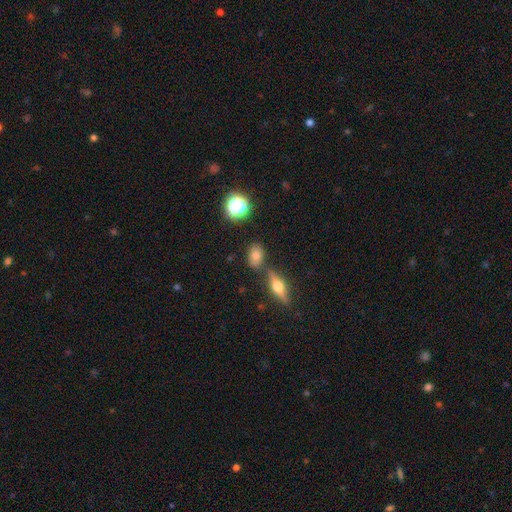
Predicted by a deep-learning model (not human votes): A smooth galaxy with no disk features (71%) that is in between round and cigar-shaped (72%).

Vote fractions:
- Smooth or featured? smooth: 71% / featured or disk: 15% / star or artifact: 14%
- How rounded? in between: 72% / round: 24% / cigar-shaped: 4%
- Merging? none: 72% / minor disturbance: 14% / merger: 10% / major disturbance: 4%